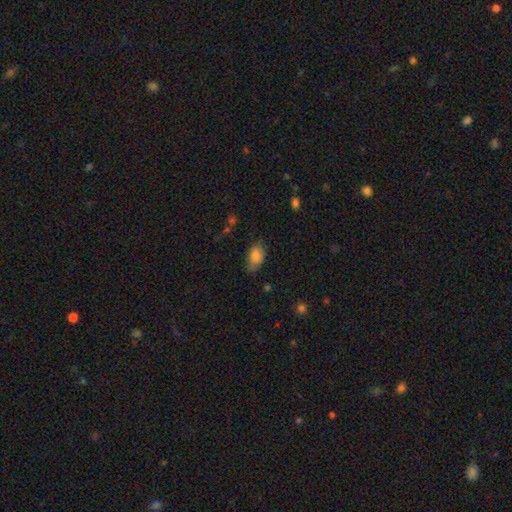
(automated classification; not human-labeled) The model was most divided on "merging": none: 70%, minor disturbance: 23%, major disturbance: 6%, merger: 2%. More confident: how rounded — in between (91%); smooth or featured — smooth (84%).